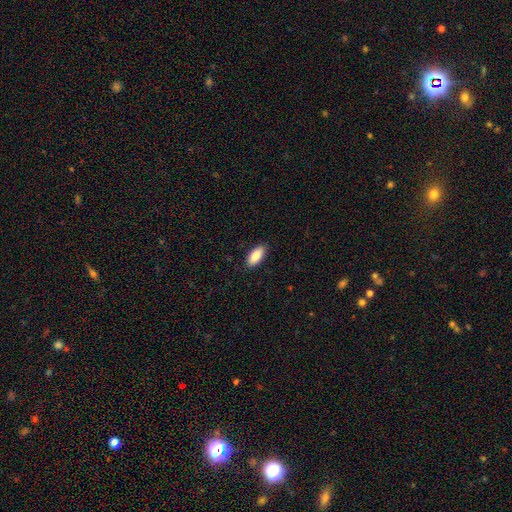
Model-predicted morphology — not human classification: A smooth galaxy with no disk features (87%) that is in between round and cigar-shaped (91%). Merging: none (89%).